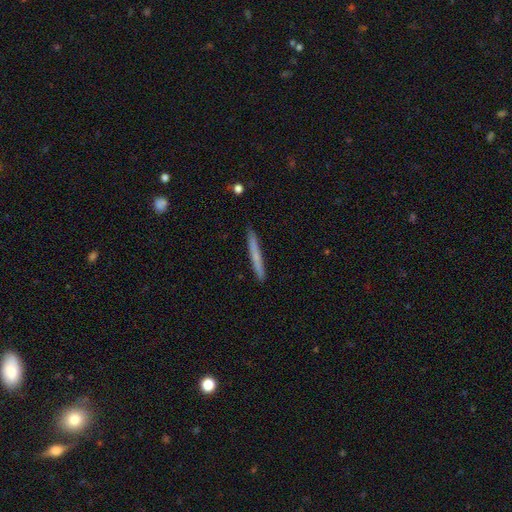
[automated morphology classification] This appears to be a smooth galaxy with no disk features (61%) that is cigar-shaped (97%). Merging: none (91%).